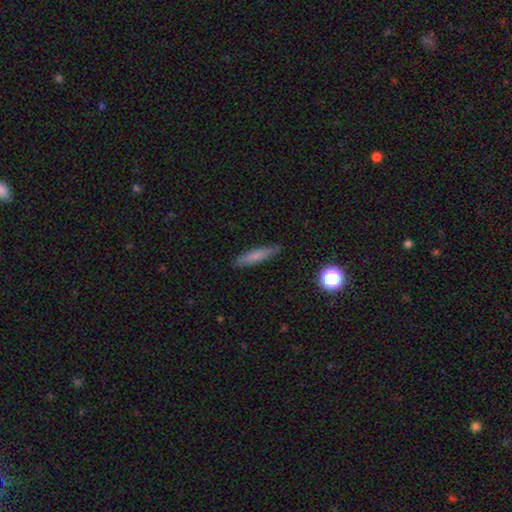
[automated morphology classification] This is likely a smooth galaxy (72%). How rounded: clearly cigar-shaped (87%). Merging: clearly none (88%).